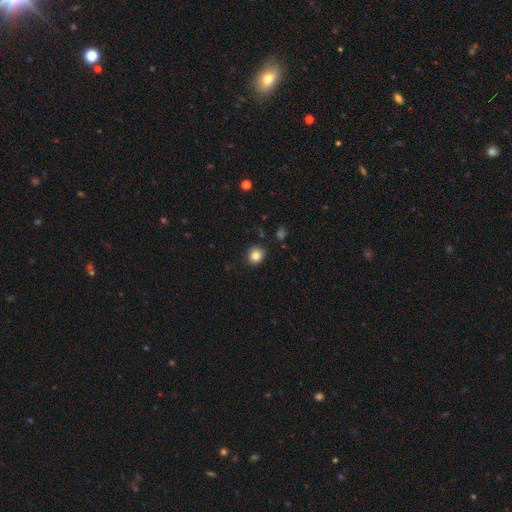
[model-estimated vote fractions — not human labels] Q: Smooth or featured?
A: smooth (84%); runner-up: star or artifact (10%)
Q: How rounded?
A: round (78%); runner-up: in between (21%)
Q: Merging?
A: none (86%); runner-up: minor disturbance (11%)